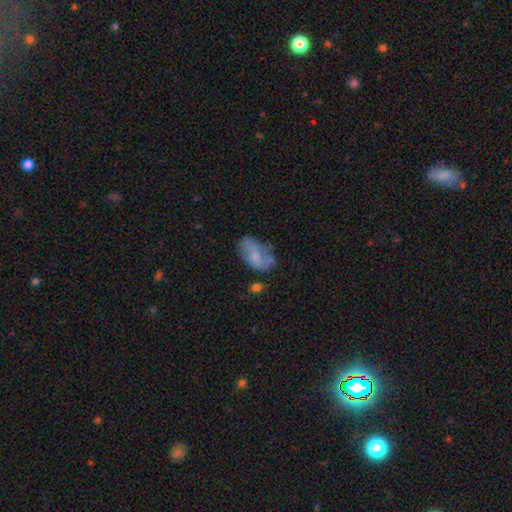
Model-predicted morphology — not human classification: type=smooth (55%); roundness=in between (90%); merging=none (41%).